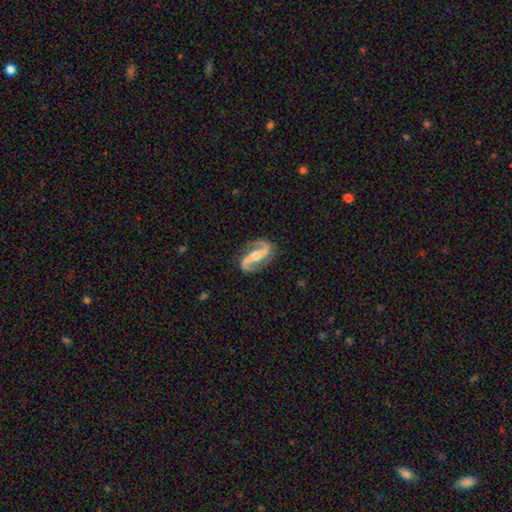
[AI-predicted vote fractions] This appears to be a featured or disk galaxy (92%) with a strong bar (55%), 2 (94%) loose (43%) spiral arms (97%) and a moderate central bulge (55%). Merging: none (85%).